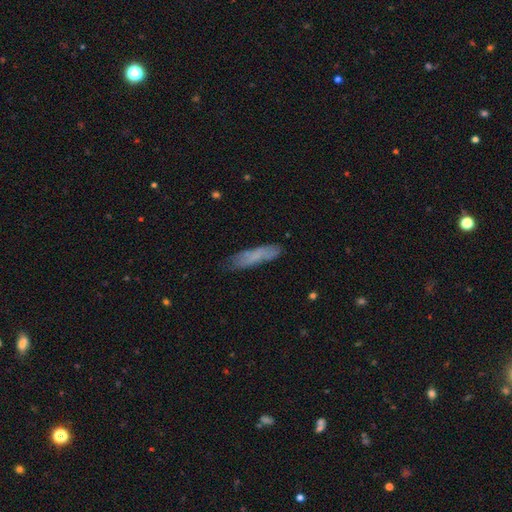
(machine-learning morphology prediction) smooth 66%, featured or disk 26%, star or artifact 8%. Down the decision tree: how rounded — cigar-shaped (75%); merging — none (72%).